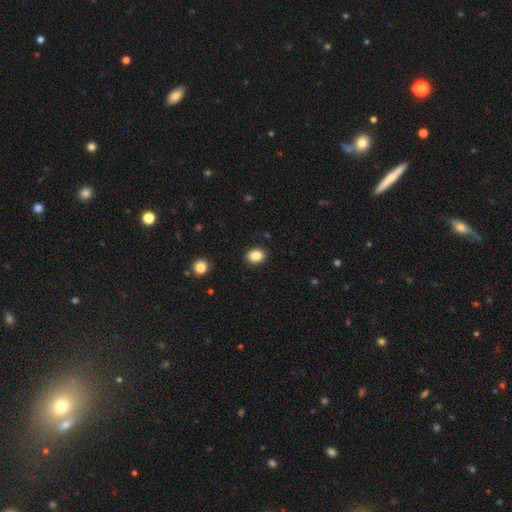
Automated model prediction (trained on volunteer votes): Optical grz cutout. It shows a smooth galaxy with no disk features (86%) that is in between round and cigar-shaped (61%). Merging: none (90%).